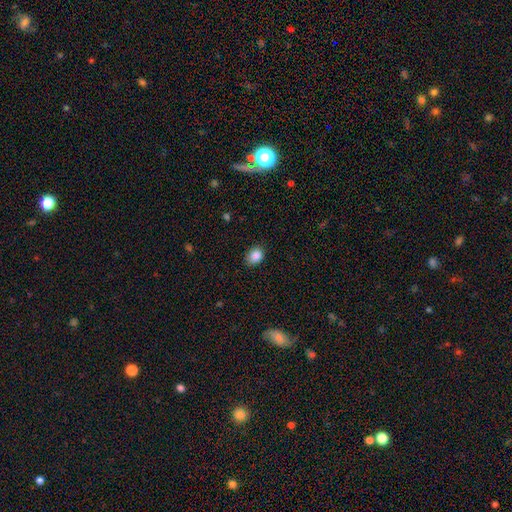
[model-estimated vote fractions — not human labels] Overall: smooth (87%). How rounded: in between (61%; round 38%). Merging: none (84%).